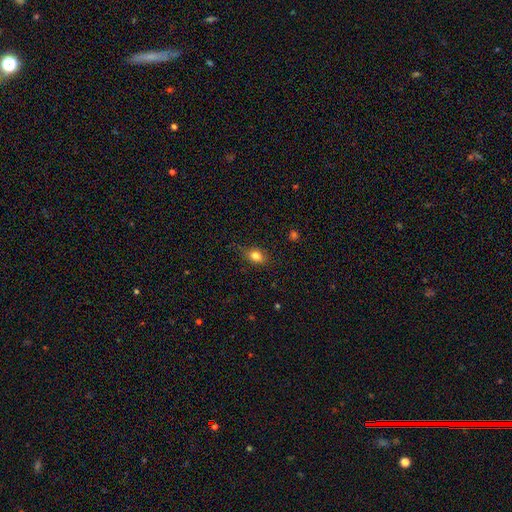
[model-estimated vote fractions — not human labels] The model was most divided on "how rounded": in between: 68%, round: 29%, cigar-shaped: 3%. More confident: smooth or featured — smooth (80%); merging — none (78%).